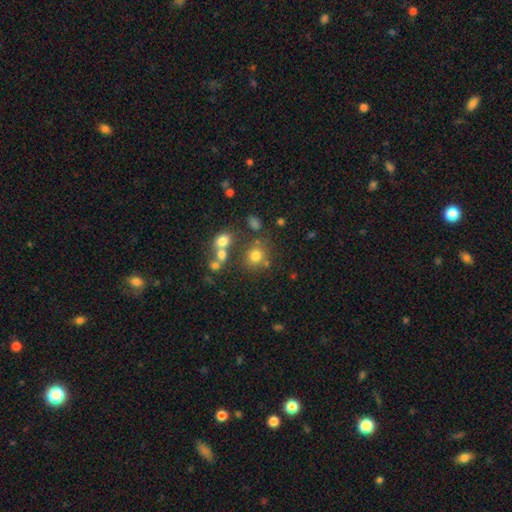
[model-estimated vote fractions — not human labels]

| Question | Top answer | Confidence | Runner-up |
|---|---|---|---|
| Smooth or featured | smooth | 73% | star or artifact (17%) |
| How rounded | round | 78% | in between (20%) |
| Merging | none | 64% | merger (18%) |